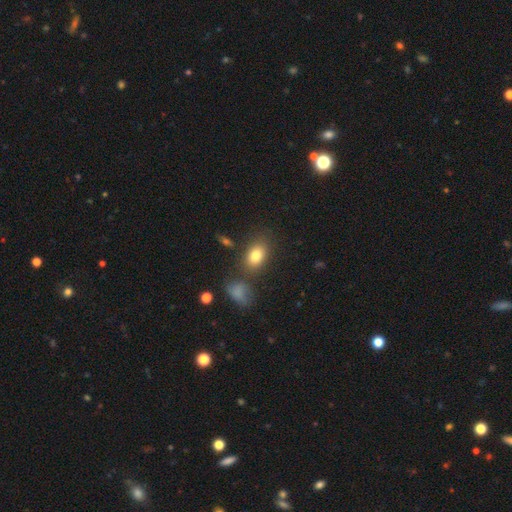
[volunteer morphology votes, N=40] This is likely a smooth galaxy (75%). How rounded: clearly in between (93%). Merging: clearly none (82%).